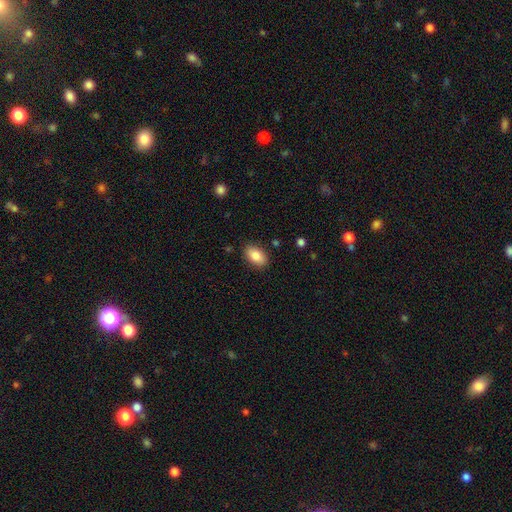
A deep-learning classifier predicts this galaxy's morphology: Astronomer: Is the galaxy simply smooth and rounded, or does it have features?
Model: smooth — 85%.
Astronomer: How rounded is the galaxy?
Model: in between — 91%.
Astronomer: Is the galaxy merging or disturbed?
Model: none — 86%.